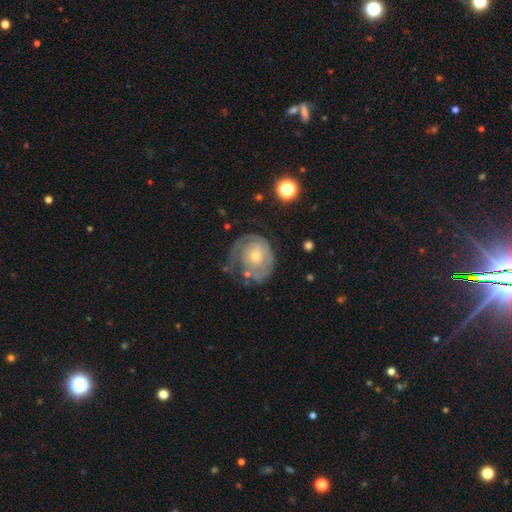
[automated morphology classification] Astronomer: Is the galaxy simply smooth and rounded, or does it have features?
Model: featured or disk — 78%.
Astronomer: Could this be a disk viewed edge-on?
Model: no — 97%.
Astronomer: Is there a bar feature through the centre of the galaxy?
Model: no — 80%.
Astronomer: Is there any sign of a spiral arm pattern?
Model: yes — 90%.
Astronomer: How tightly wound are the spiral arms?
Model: tight — 70%.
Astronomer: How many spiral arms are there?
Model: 2 — 33% (runner-up: can't tell, 32%).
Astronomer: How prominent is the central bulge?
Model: small — 60% (runner-up: moderate, 36%).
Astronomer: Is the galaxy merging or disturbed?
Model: none — 52%.